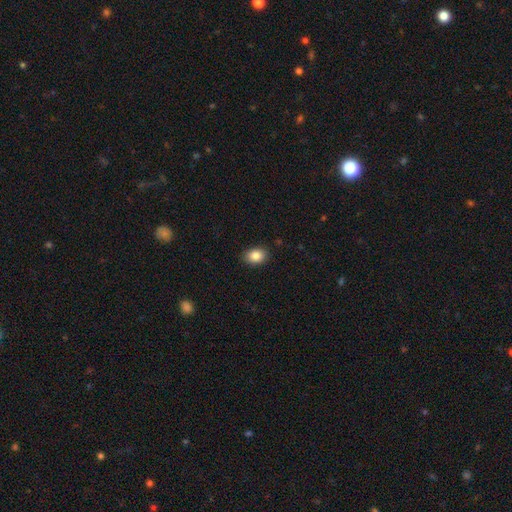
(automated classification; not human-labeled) Smooth or featured?
  - smooth: 86% *
  - star or artifact: 9%
  - featured or disk: 6%
How rounded?
  - in between: 71% *
  - round: 28%
  - cigar-shaped: 1%
Merging?
  - none: 89% *
  - minor disturbance: 9%
  - major disturbance: 2%
  - merger: 1%